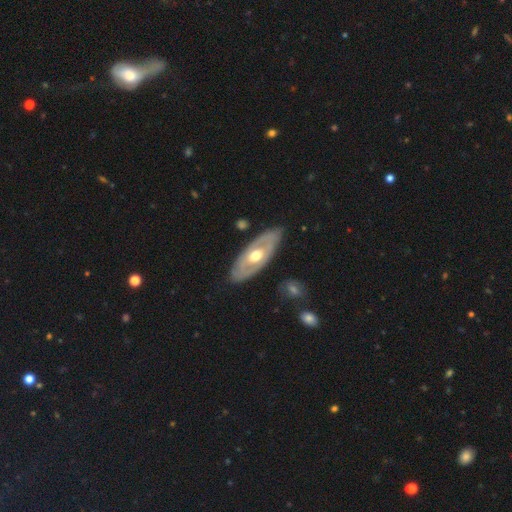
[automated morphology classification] type=featured or disk (67%); edge-on=no (80%); bar=no (74%); spiral arms=no (67%); bulge=moderate (76%); merging=none (83%).